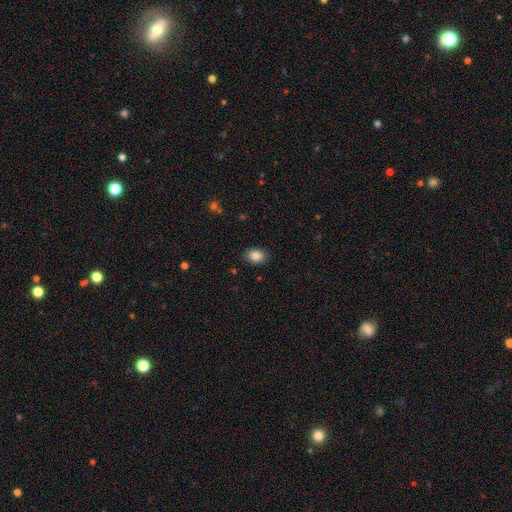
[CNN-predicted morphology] This appears to be a smooth galaxy with no disk features (85%) that is in between round and cigar-shaped (72%). Merging: none (87%).